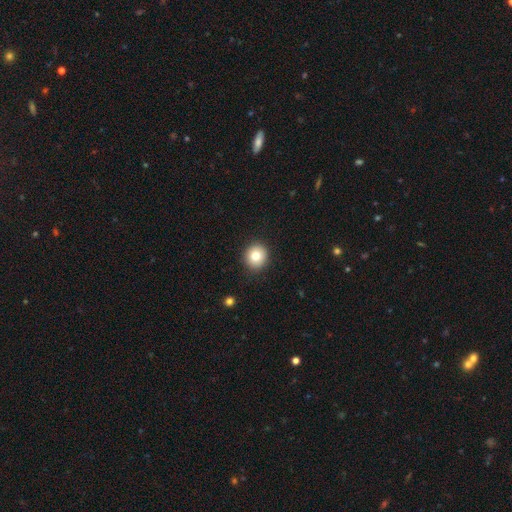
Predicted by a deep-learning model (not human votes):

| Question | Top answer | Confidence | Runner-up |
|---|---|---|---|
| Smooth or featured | smooth | 78% | featured or disk (11%) |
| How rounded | round | 90% | in between (9%) |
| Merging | none | 91% | minor disturbance (6%) |